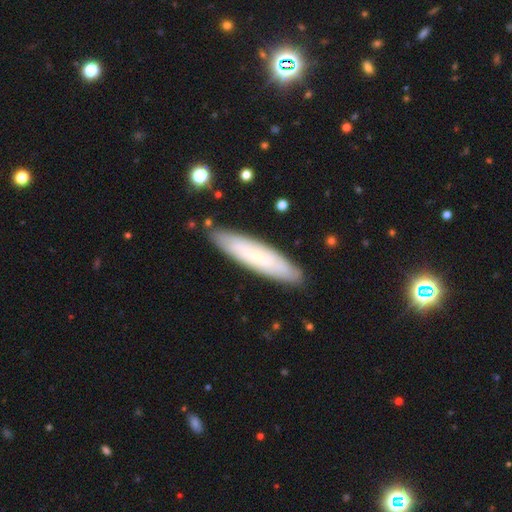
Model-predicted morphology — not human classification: type=smooth (61%); roundness=cigar-shaped (79%); merging=none (87%).